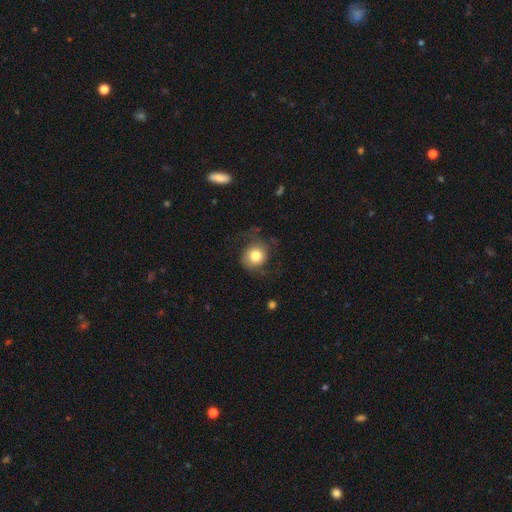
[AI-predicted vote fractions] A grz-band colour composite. It shows a smooth galaxy with no disk features (64%) that is round (85%). Merging: none (59%).